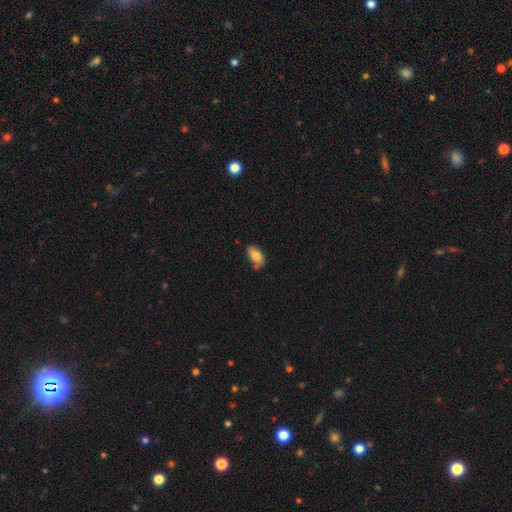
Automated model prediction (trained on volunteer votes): Smooth or featured? Predicted: smooth (p=0.80). How rounded? Predicted: in between (p=0.92). Merging? Predicted: none (p=0.64).